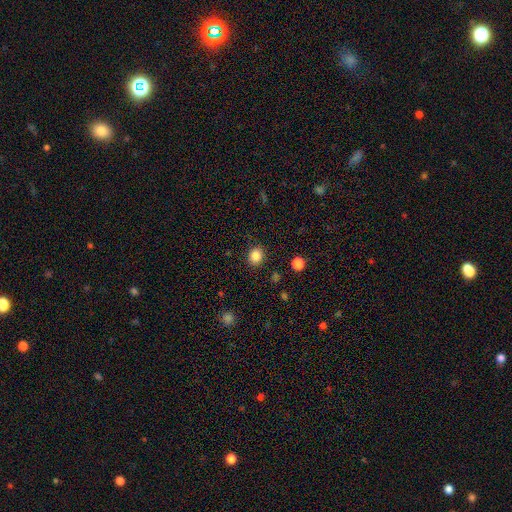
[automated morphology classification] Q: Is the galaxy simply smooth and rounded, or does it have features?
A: smooth — 85%.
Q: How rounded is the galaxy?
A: round — 75%.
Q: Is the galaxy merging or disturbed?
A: none — 89%.